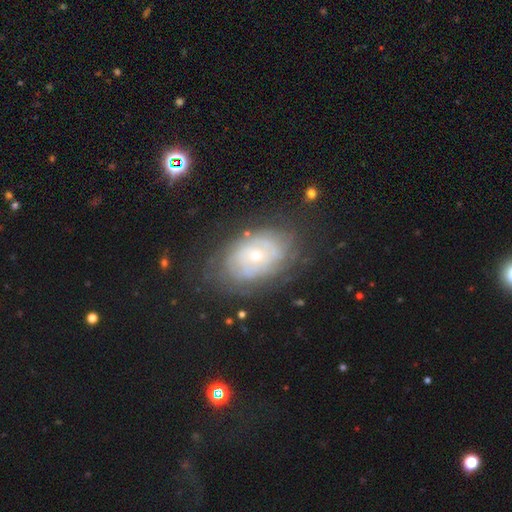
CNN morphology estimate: Smooth or featured: featured or disk — 68% (smooth — 24%)
Edge-on disk: no — 95% (yes — 5%)
Bar: no — 77% (weak — 19%)
Spiral arms: yes — 73% (no — 27%)
Bulge size: small — 56% (moderate — 39%)
Merging: none — 70% (minor disturbance — 19%)